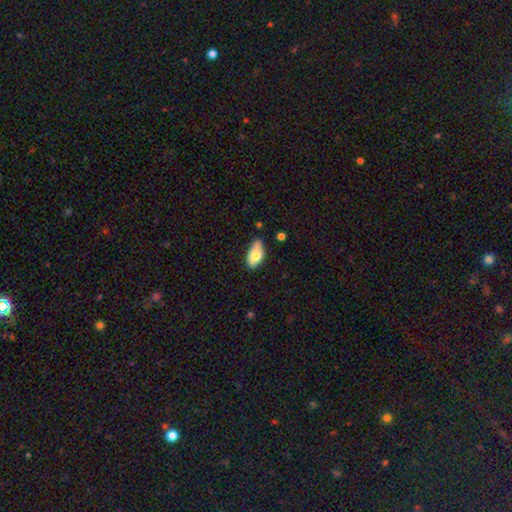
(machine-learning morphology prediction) smooth_or_featured: smooth (p=0.76) [alt: featured or disk p=0.17]
how_rounded: in between (p=0.92) [alt: cigar-shaped p=0.04]
merging: none (p=0.54) [alt: minor disturbance p=0.36]